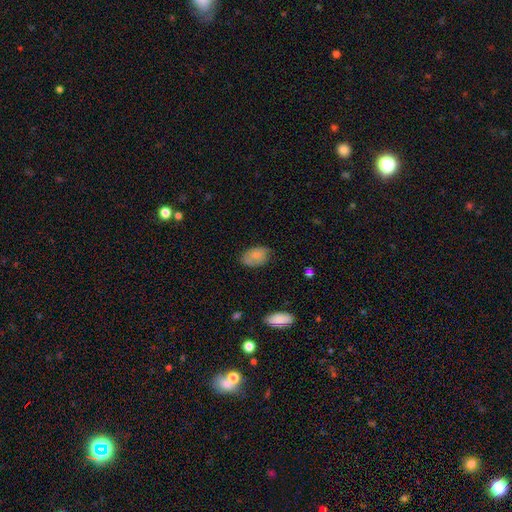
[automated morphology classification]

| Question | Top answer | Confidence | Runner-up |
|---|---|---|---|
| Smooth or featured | smooth | 80% | featured or disk (12%) |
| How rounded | in between | 90% | round (8%) |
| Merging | none | 72% | minor disturbance (22%) |